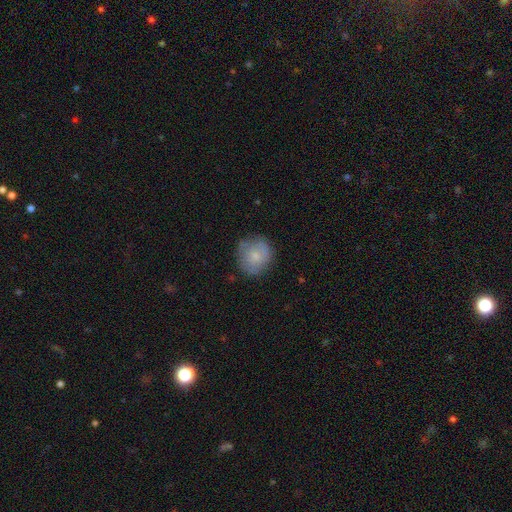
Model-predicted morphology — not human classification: type=smooth (68%); roundness=round (84%); merging=none (72%).